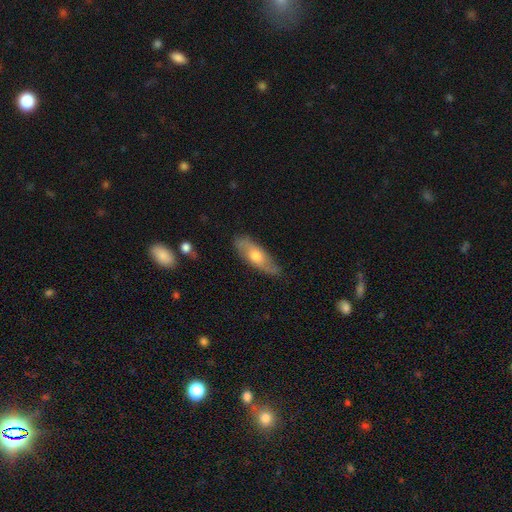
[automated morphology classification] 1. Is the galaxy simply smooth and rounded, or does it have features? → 49% smooth, 46% featured or disk, 5% star or artifact.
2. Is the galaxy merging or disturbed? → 80% none, 16% minor disturbance, 3% major disturbance, 1% merger.